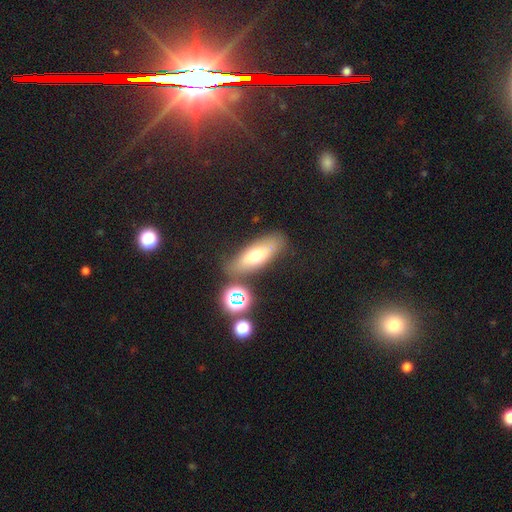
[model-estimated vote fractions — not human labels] Smooth or featured?
  - smooth: 58% *
  - featured or disk: 29%
  - star or artifact: 13%
How rounded?
  - in between: 58% *
  - cigar-shaped: 37%
  - round: 5%
Merging?
  - none: 75% *
  - minor disturbance: 14%
  - merger: 6%
  - major disturbance: 5%